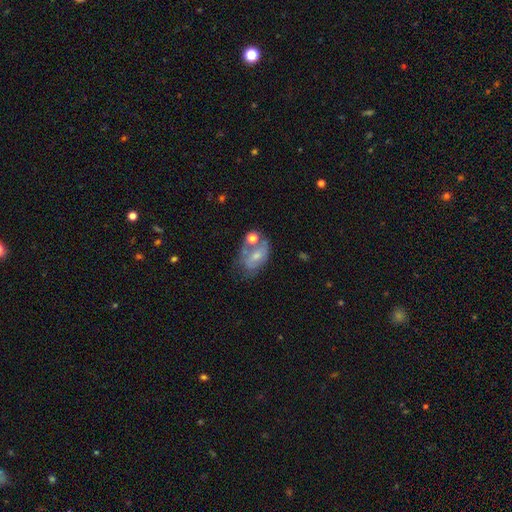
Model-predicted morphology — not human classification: Smooth or featured? Predicted: featured or disk (p=0.48). Merging? Predicted: none (p=0.30).